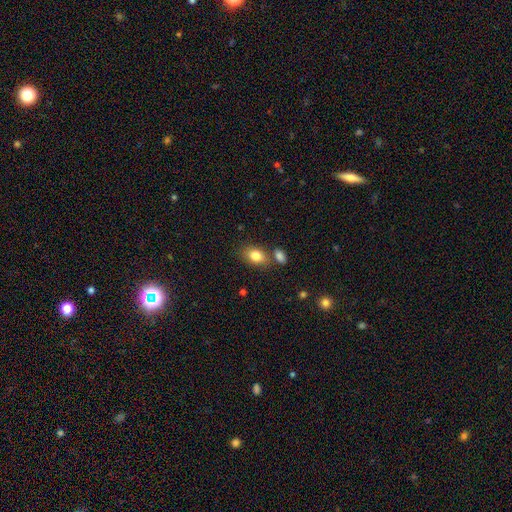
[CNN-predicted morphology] smooth-or-featured: smooth: 82% | featured or disk: 9% | star or artifact: 9%
  how-rounded: in between: 81% | round: 17% | cigar-shaped: 2%
  merging: none: 66% | merger: 17% | minor disturbance: 13% | major disturbance: 4%